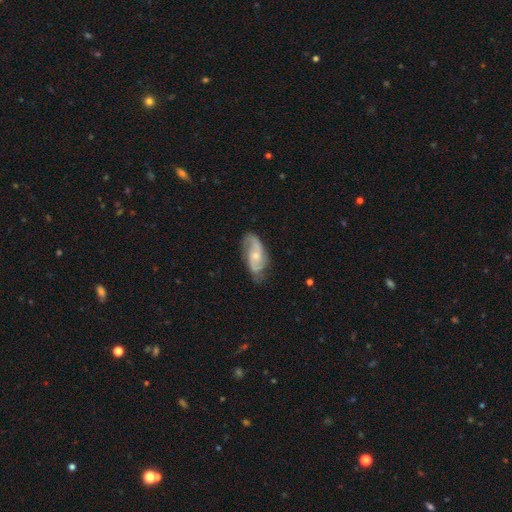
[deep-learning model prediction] A featured or disk galaxy (72%) with no bar (62%), 2 (82%) medium (44%) spiral arms (92%) and a small central bulge (58%). Merging: none (66%).